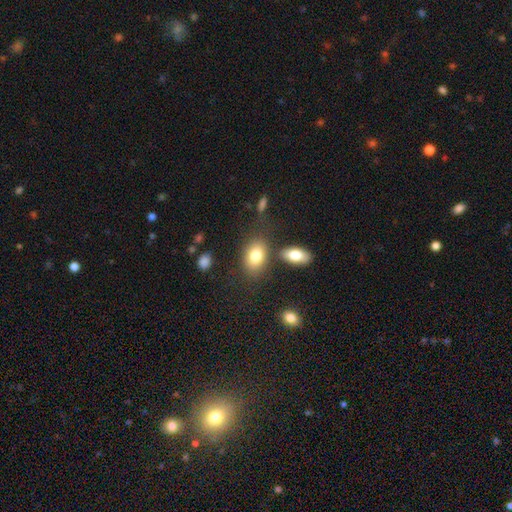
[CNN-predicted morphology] Q: Smooth or featured?
A: smooth (80%); runner-up: featured or disk (11%)
Q: How rounded?
A: in between (83%); runner-up: round (16%)
Q: Merging?
A: none (68%); runner-up: minor disturbance (14%)